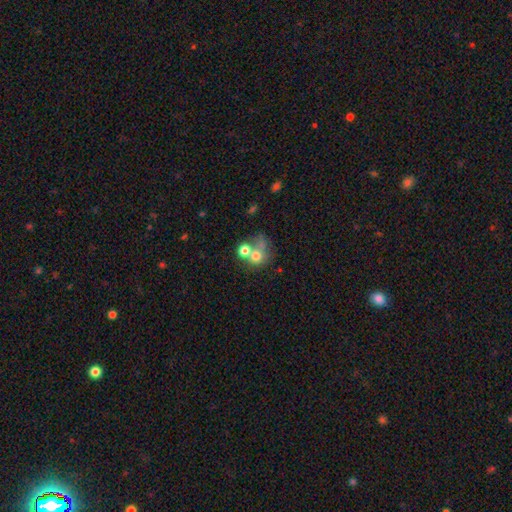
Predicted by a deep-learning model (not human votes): Smooth or featured? smooth (66%)
How rounded? round (73%)
Merging? merger (56%)